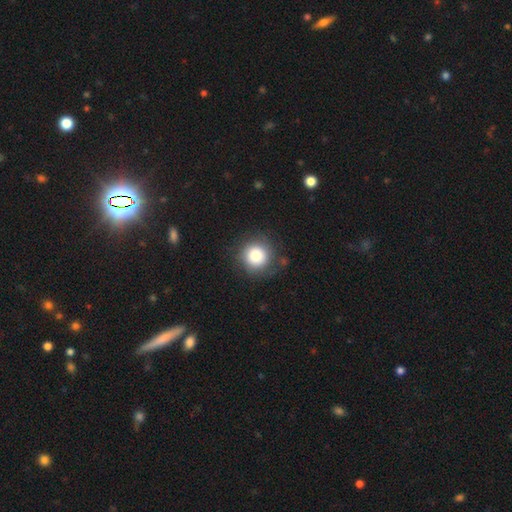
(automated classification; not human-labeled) Morphology: type=smooth (82%); roundness=round (94%); merging=none (82%).